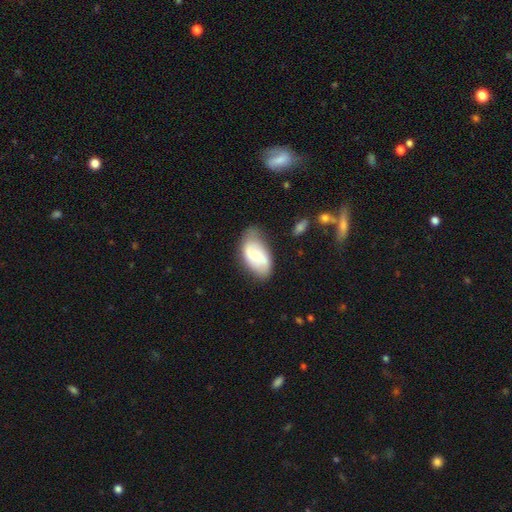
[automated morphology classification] Smooth or featured: smooth — 47% (featured or disk — 46%)
Merging: none — 60% (minor disturbance — 28%)